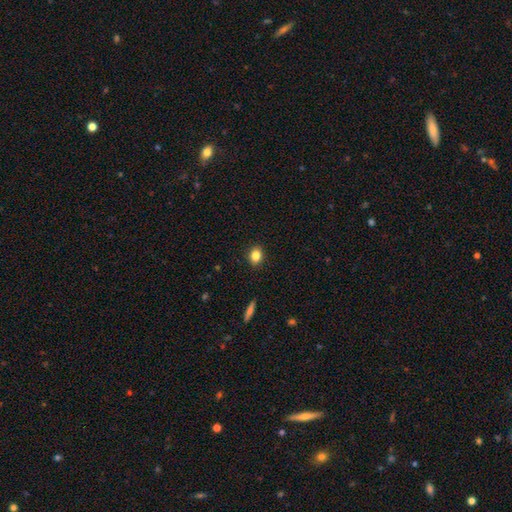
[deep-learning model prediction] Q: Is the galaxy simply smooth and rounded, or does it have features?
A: smooth — 84%.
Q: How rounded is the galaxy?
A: in between — 51%.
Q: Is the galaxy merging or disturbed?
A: none — 90%.